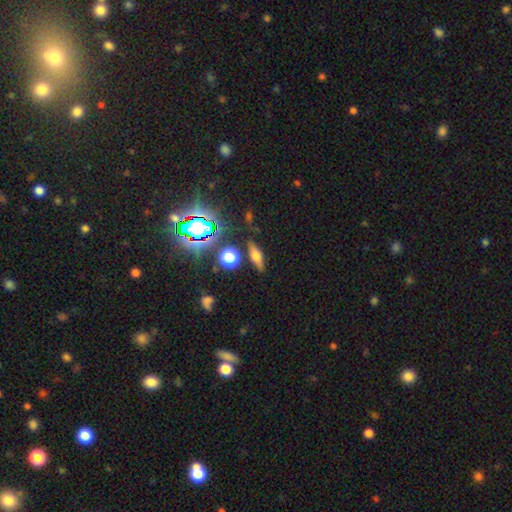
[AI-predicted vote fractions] A smooth galaxy with no disk features (42%). Merging: none (81%).